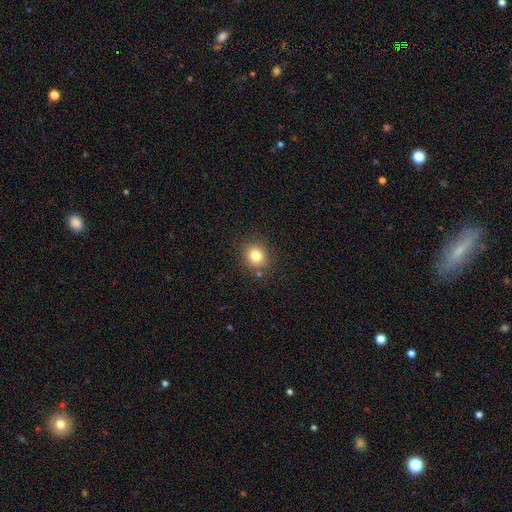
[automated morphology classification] type=smooth (80%); roundness=round (81%); merging=none (84%).